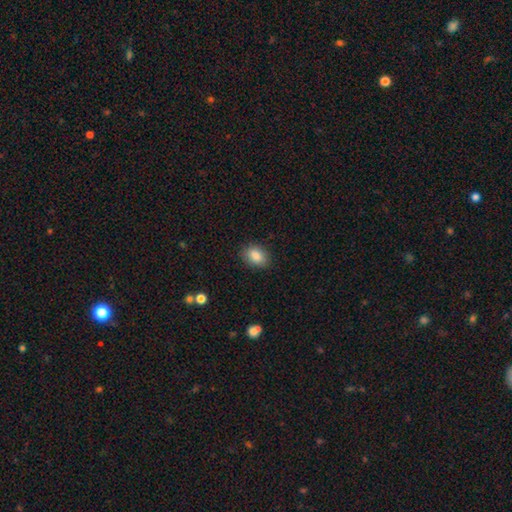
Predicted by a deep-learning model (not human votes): Q: Smooth or featured?
A: smooth (86%); runner-up: star or artifact (8%)
Q: How rounded?
A: in between (73%); runner-up: round (26%)
Q: Merging?
A: none (86%); runner-up: minor disturbance (10%)